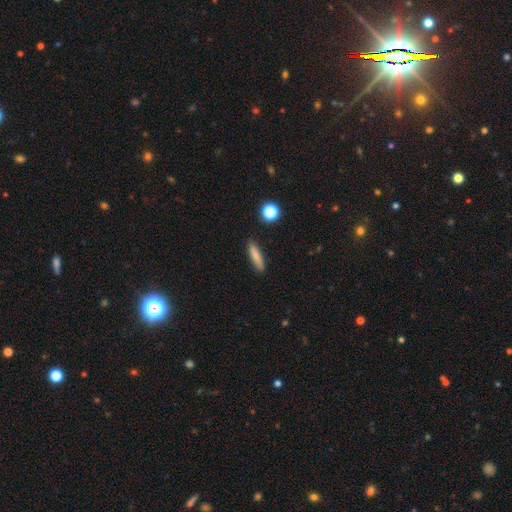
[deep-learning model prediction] This appears to be a smooth galaxy with no disk features (82%) that is cigar-shaped (78%). Merging: none (87%).